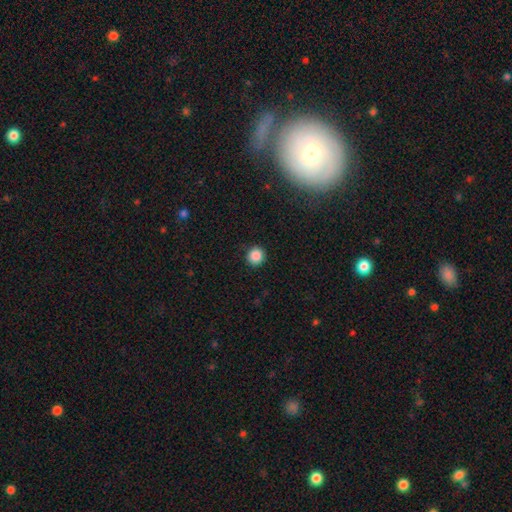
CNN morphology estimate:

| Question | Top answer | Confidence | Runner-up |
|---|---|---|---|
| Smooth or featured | smooth | 88% | star or artifact (10%) |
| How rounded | round | 94% | in between (5%) |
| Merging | none | 91% | minor disturbance (6%) |